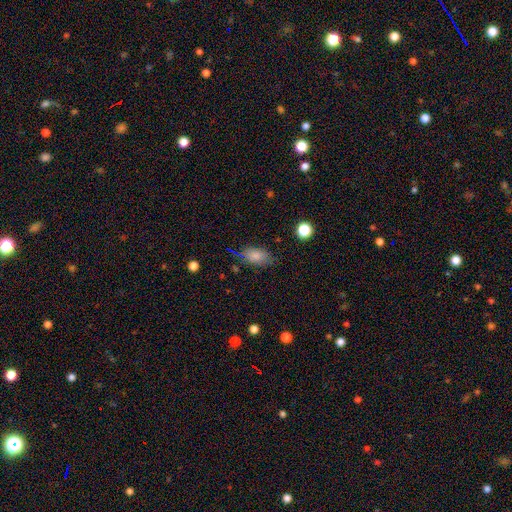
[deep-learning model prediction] Smooth or featured? Predicted: smooth (p=0.81). How rounded? Predicted: in between (p=0.88). Merging? Predicted: none (p=0.71).